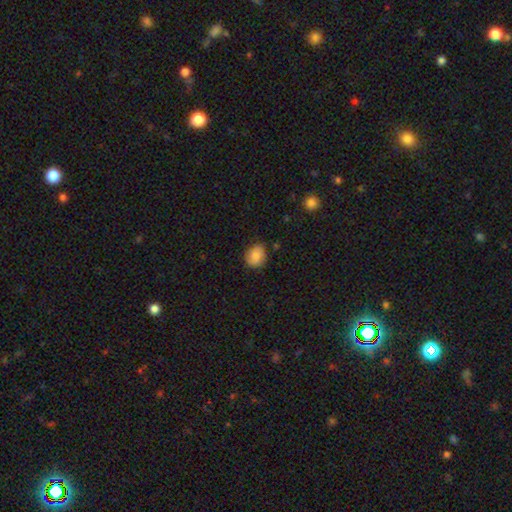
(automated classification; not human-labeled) Q: Smooth or featured?
A: smooth (86%); runner-up: star or artifact (8%)
Q: How rounded?
A: round (61%); runner-up: in between (38%)
Q: Merging?
A: none (78%); runner-up: minor disturbance (17%)